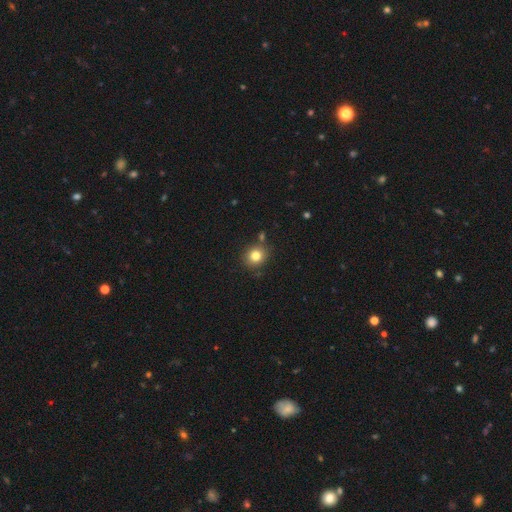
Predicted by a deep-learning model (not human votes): A smooth galaxy with no disk features (81%) that is round (82%).

Vote fractions:
- Smooth or featured? smooth: 81% / star or artifact: 12% / featured or disk: 8%
- How rounded? round: 82% / in between: 17% / cigar-shaped: 1%
- Merging? none: 81% / minor disturbance: 10% / merger: 7% / major disturbance: 3%